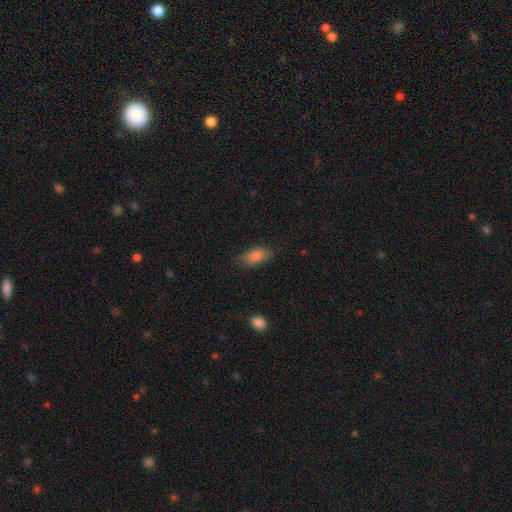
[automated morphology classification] type=smooth (83%); roundness=in between (87%); merging=none (80%).